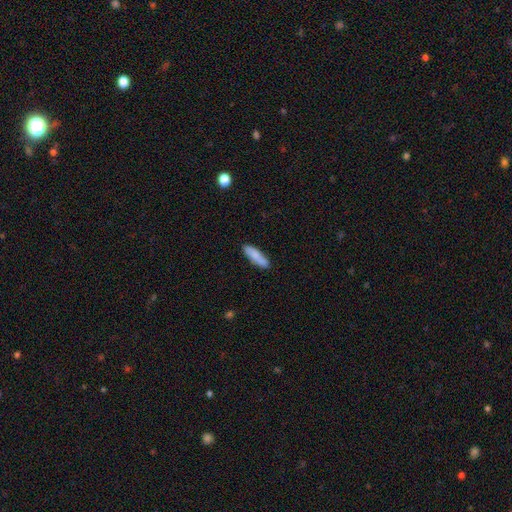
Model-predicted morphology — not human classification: Smooth or featured?
  - smooth: 82% *
  - featured or disk: 13%
  - star or artifact: 6%
How rounded?
  - cigar-shaped: 66% *
  - in between: 32%
  - round: 2%
Merging?
  - none: 86% *
  - minor disturbance: 11%
  - major disturbance: 2%
  - merger: 2%